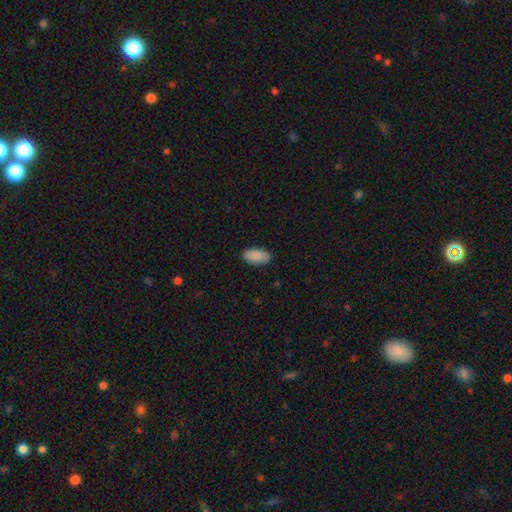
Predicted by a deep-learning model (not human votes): Overall: smooth (89%). How rounded: in between (93%). Merging: none (86%).